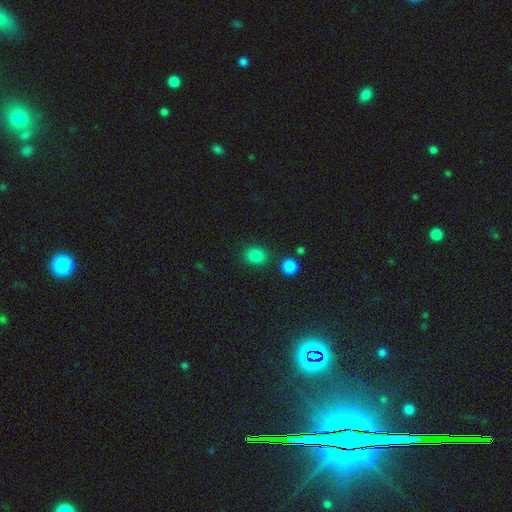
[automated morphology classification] Smooth or featured: smooth — 84% (star or artifact — 12%)
How rounded: round — 61% (in between — 38%)
Merging: none — 82% (minor disturbance — 10%)